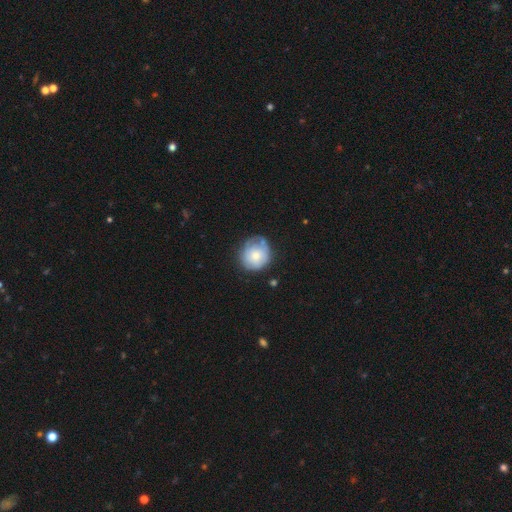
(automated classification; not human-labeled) Smooth or featured? Predicted: smooth (p=0.58). How rounded? Predicted: round (p=0.86). Merging? Predicted: none (p=0.60).